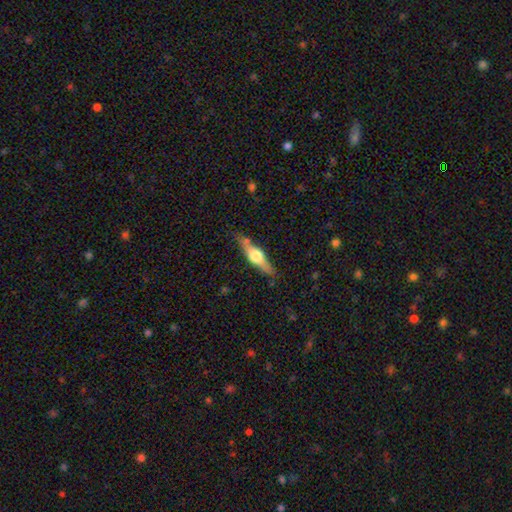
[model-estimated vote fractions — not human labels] smooth-or-featured: featured or disk: 62% | smooth: 32% | star or artifact: 6%
  disk-edge-on: yes: 95% | no: 5%
    edge-on-bulge: rounded: 93% | boxy: 5% | none: 2%
  merging: none: 80% | minor disturbance: 14% | major disturbance: 3% | merger: 3%